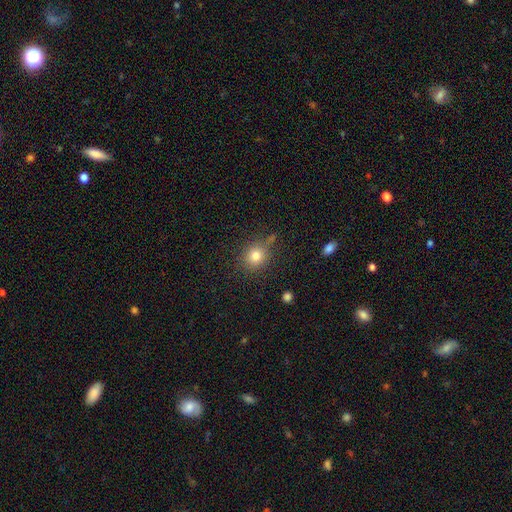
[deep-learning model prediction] Q: Smooth or featured?
A: smooth (81%); runner-up: star or artifact (12%)
Q: How rounded?
A: round (79%); runner-up: in between (20%)
Q: Merging?
A: none (76%); runner-up: minor disturbance (14%)